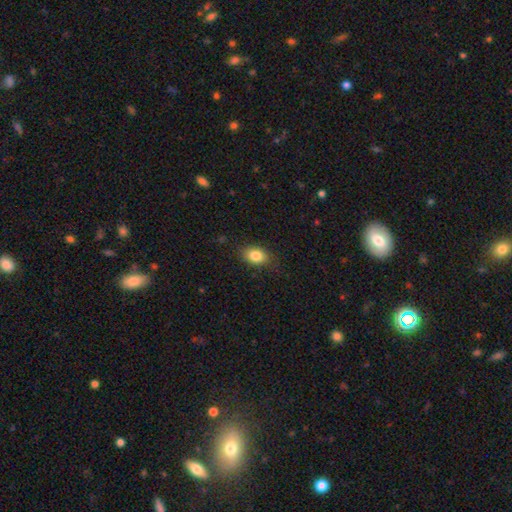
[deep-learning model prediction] This appears to be a smooth galaxy with no disk features (84%) that is in between round and cigar-shaped (80%). Merging: none (79%).